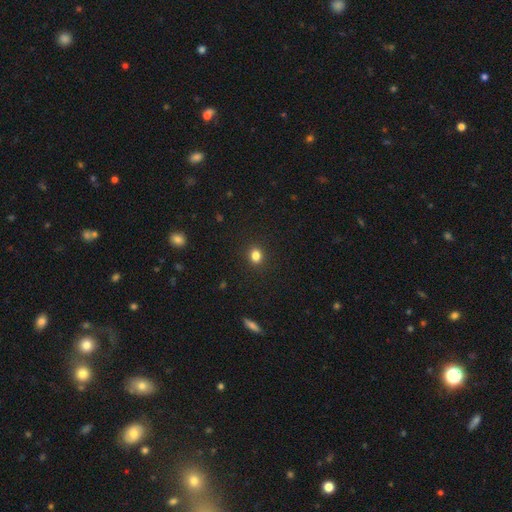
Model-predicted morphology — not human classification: Q: Smooth or featured?
A: smooth (83%); runner-up: star or artifact (12%)
Q: How rounded?
A: round (65%); runner-up: in between (34%)
Q: Merging?
A: none (90%); runner-up: minor disturbance (7%)